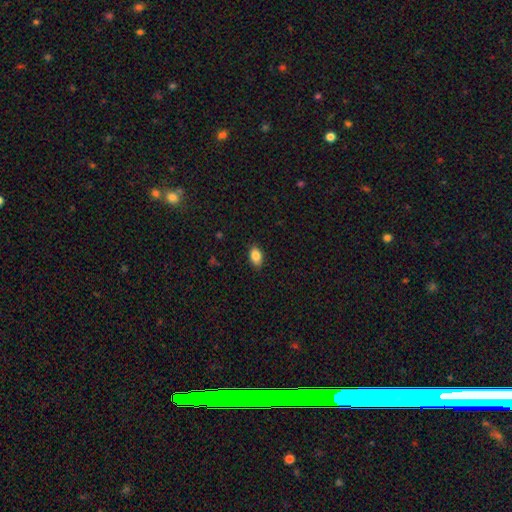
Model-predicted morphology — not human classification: This is clearly a smooth galaxy (86%). How rounded: clearly in between (88%). Merging: clearly none (86%).